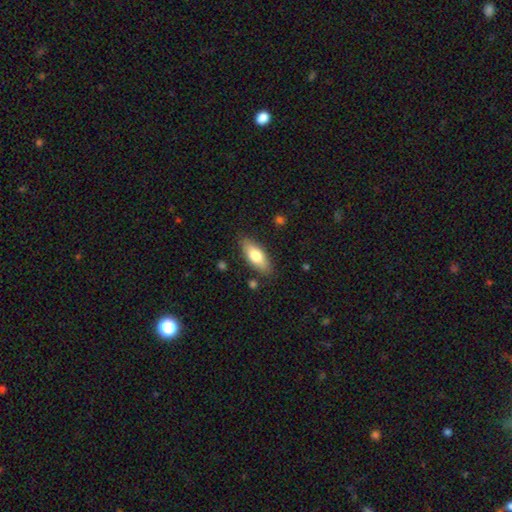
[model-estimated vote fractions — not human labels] Smooth or featured: smooth — 72% (featured or disk — 22%)
How rounded: in between — 75% (cigar-shaped — 23%)
Merging: none — 84% (minor disturbance — 11%)